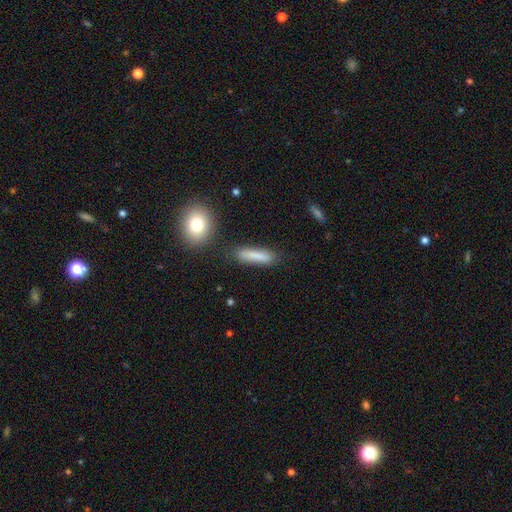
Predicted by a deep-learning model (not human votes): A smooth galaxy with no disk features (80%) that is cigar-shaped (80%).

Vote fractions:
- Smooth or featured? smooth: 80% / featured or disk: 12% / star or artifact: 8%
- How rounded? cigar-shaped: 80% / in between: 17% / round: 2%
- Merging? none: 80% / minor disturbance: 12% / merger: 4% / major disturbance: 3%